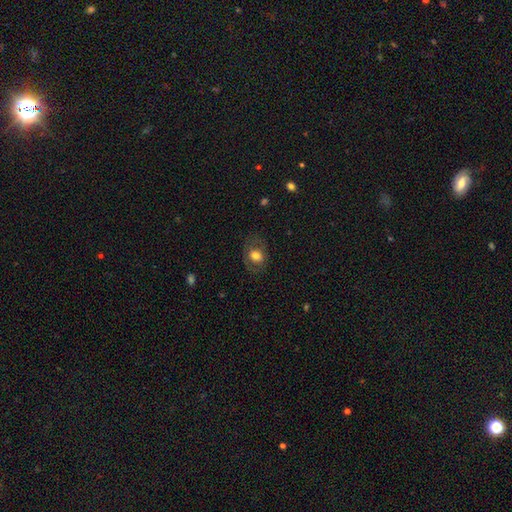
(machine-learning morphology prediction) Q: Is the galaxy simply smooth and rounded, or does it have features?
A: smooth — 68%.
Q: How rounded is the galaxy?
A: in between — 53%.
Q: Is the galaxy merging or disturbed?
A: none — 72%.